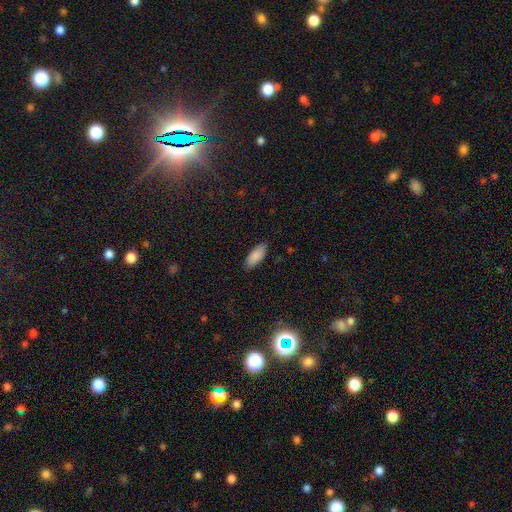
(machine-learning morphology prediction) This appears to be a smooth galaxy with no disk features (89%) that is in between round and cigar-shaped (83%). Merging: none (86%).